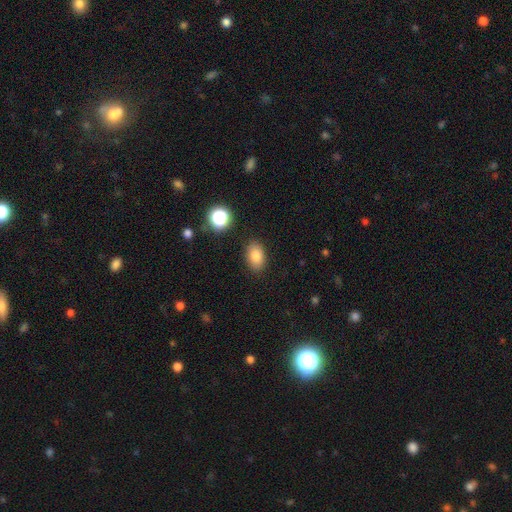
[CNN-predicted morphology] Smooth or featured?
  - smooth: 83% *
  - star or artifact: 10%
  - featured or disk: 7%
How rounded?
  - in between: 85% *
  - round: 13%
  - cigar-shaped: 1%
Merging?
  - none: 86% *
  - minor disturbance: 9%
  - major disturbance: 3%
  - merger: 2%